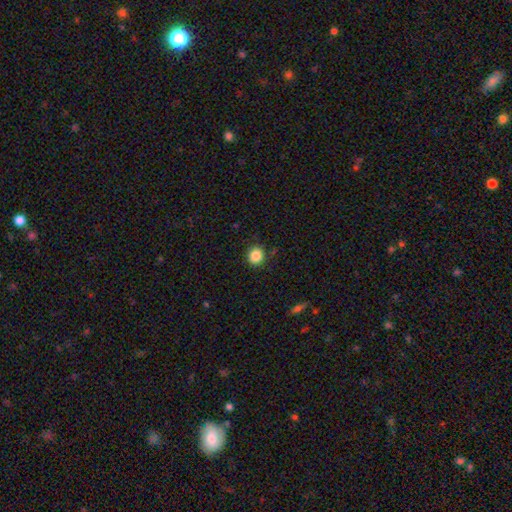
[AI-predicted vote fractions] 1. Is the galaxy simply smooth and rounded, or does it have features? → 86% smooth, 10% star or artifact, 4% featured or disk.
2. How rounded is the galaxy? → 84% round, 15% in between, 1% cigar-shaped.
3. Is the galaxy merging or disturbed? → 87% none, 9% minor disturbance, 2% major disturbance, 1% merger.